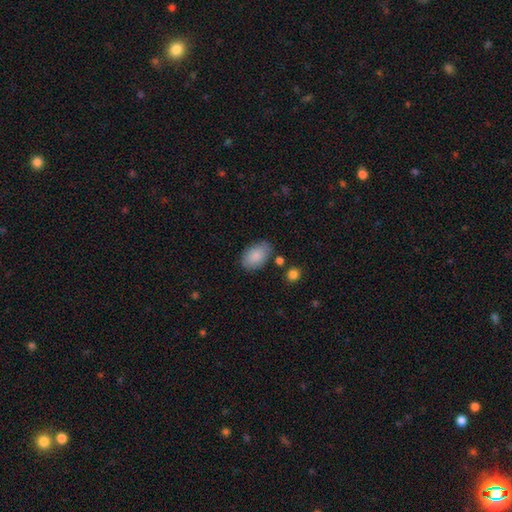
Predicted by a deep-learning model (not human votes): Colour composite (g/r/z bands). It shows a smooth galaxy with no disk features (87%) that is in between round and cigar-shaped (90%). Merging: none (76%).